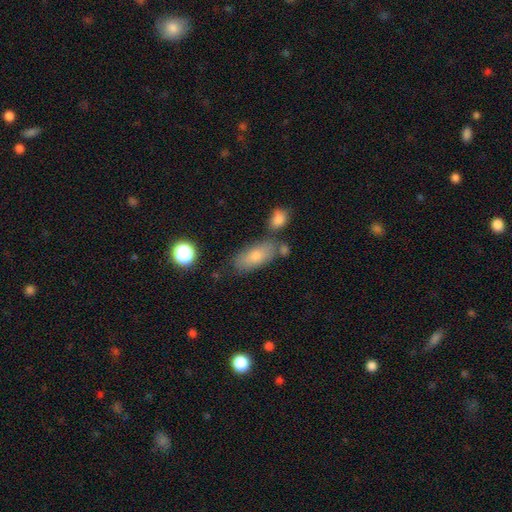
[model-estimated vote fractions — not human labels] Smooth or featured?
  - smooth: 74% *
  - featured or disk: 17%
  - star or artifact: 9%
How rounded?
  - in between: 82% *
  - cigar-shaped: 14%
  - round: 4%
Merging?
  - none: 65% *
  - minor disturbance: 16%
  - merger: 15%
  - major disturbance: 5%